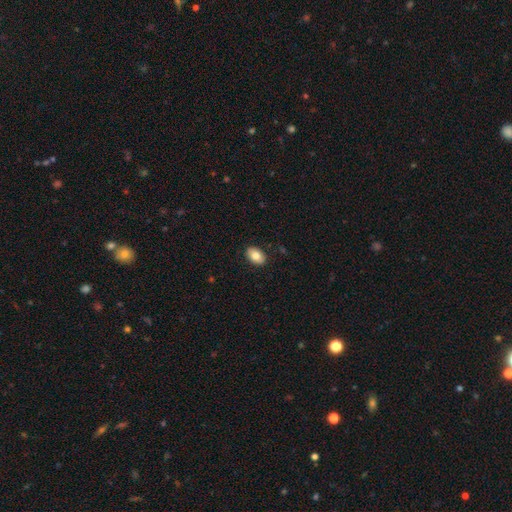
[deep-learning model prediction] Morphology: type=smooth (81%); roundness=in between (88%); merging=none (89%).